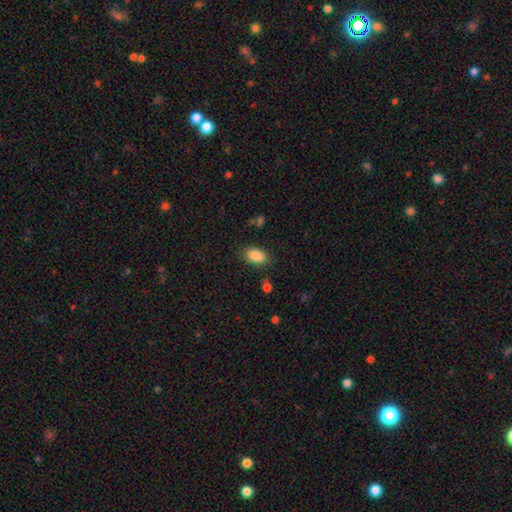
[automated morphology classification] smooth-or-featured: smooth: 88% | star or artifact: 8% | featured or disk: 4%
  how-rounded: in between: 91% | round: 8% | cigar-shaped: 2%
  merging: none: 82% | minor disturbance: 12% | major disturbance: 4% | merger: 2%